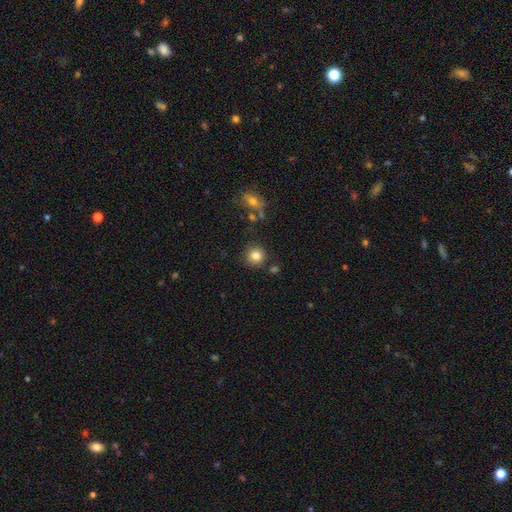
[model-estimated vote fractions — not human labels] This appears to be a smooth galaxy with no disk features (83%) that is round (91%). Merging: none (82%).